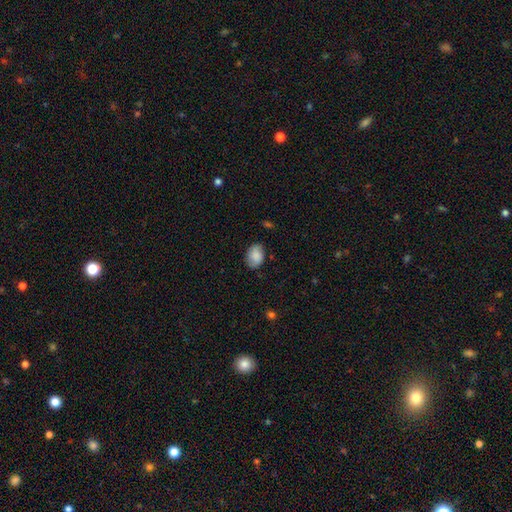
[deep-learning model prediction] A smooth galaxy with no disk features (81%) that is in between round and cigar-shaped (77%). Merging: none (78%).